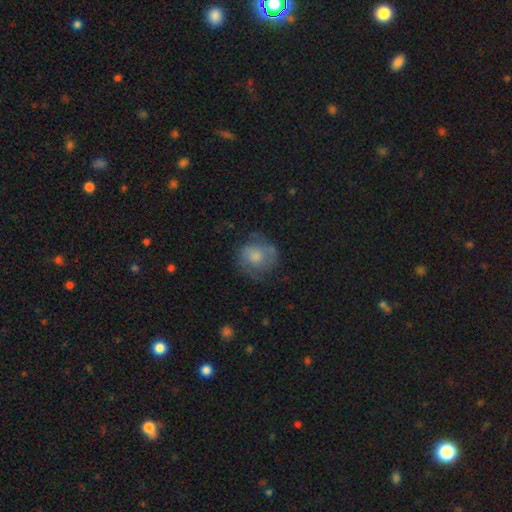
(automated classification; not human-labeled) This is likely a smooth galaxy (62%). How rounded: clearly round (80%). Merging: possibly none (57%).